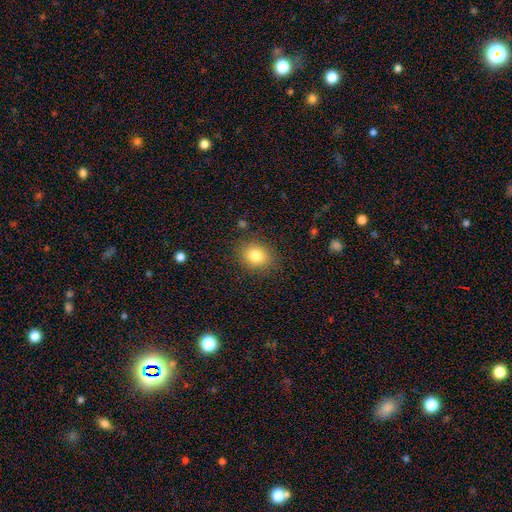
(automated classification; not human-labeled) This is clearly a smooth galaxy (82%). How rounded: possibly round (57%). Merging: clearly none (86%).